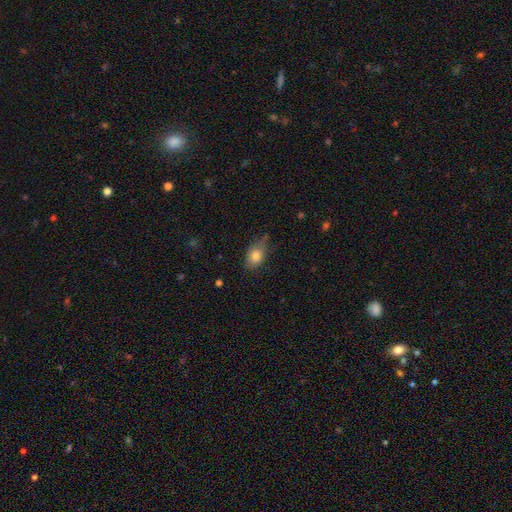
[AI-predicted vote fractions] A smooth galaxy with no disk features (82%) that is in between round and cigar-shaped (80%).

Vote fractions:
- Smooth or featured? smooth: 82% / featured or disk: 10% / star or artifact: 9%
- How rounded? in between: 80% / round: 18% / cigar-shaped: 2%
- Merging? none: 57% / minor disturbance: 32% / major disturbance: 8% / merger: 3%